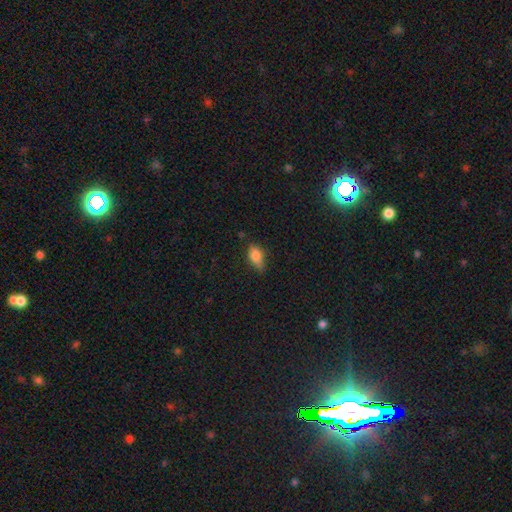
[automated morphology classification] smooth-or-featured: smooth: 81% | featured or disk: 11% | star or artifact: 8%
  how-rounded: in between: 85% | cigar-shaped: 9% | round: 6%
  merging: none: 61% | minor disturbance: 31% | major disturbance: 6% | merger: 2%